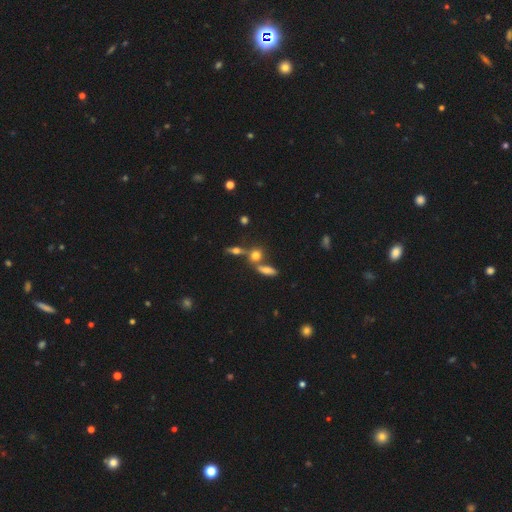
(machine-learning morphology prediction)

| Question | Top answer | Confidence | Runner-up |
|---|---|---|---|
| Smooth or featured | smooth | 59% | featured or disk (23%) |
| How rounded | round | 49% | in between (35%) |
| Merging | none | 54% | merger (31%) |